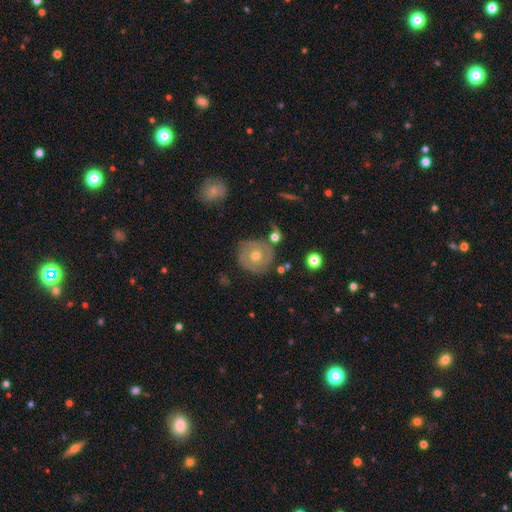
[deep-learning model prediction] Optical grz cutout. It shows a featured or disk galaxy (70%) with no bar (81%), 2 (55%) tight (72%) spiral arms (82%) and a moderate central bulge (78%). Merging: none (76%).